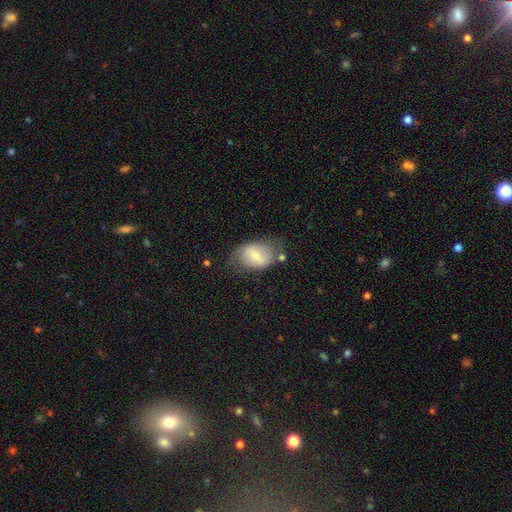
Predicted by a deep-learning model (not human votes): smooth 58%, featured or disk 35%, star or artifact 7%. Down the decision tree: how rounded — in between (83%); merging — none (59%).